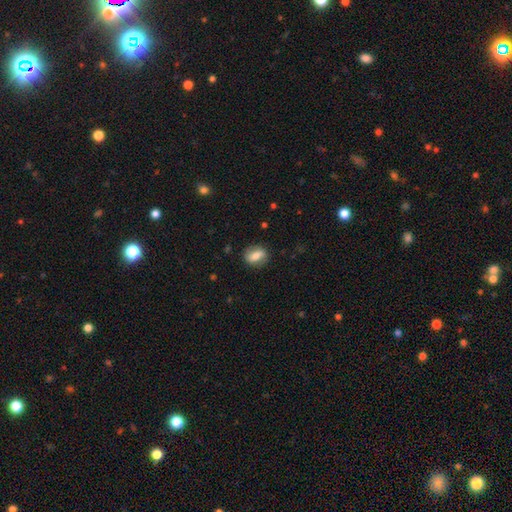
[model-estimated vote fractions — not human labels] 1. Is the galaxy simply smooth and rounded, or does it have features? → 59% smooth, 33% featured or disk, 8% star or artifact.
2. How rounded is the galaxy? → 64% in between, 32% round, 5% cigar-shaped.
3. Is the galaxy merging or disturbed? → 82% none, 13% minor disturbance, 4% major disturbance, 1% merger.